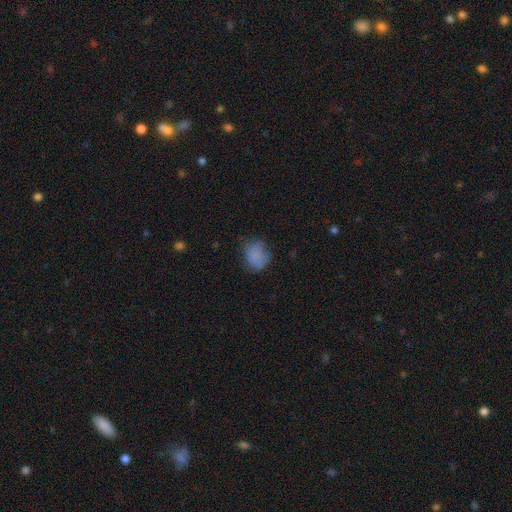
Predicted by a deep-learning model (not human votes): This appears to be a smooth galaxy with no disk features (76%) that is round (59%). Merging: none (56%).